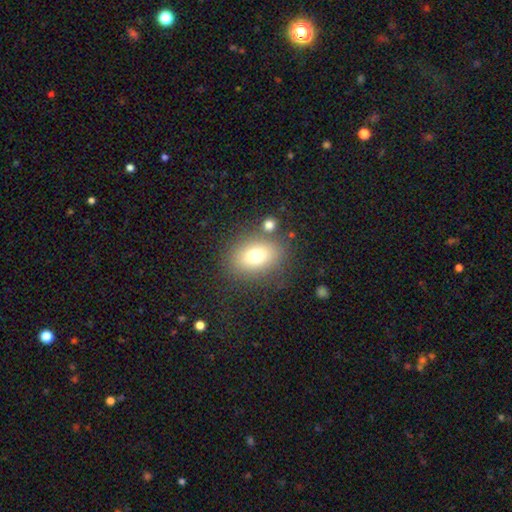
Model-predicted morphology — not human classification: smooth 74%, featured or disk 14%, star or artifact 13%. Down the decision tree: how rounded — in between (61%); merging — none (76%).